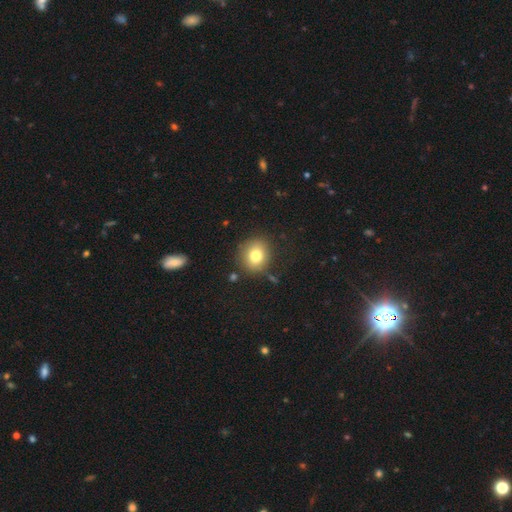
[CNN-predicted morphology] Smooth or featured?
  - smooth: 78% *
  - star or artifact: 11%
  - featured or disk: 10%
How rounded?
  - round: 80% *
  - in between: 19%
  - cigar-shaped: 1%
Merging?
  - none: 84% *
  - minor disturbance: 10%
  - major disturbance: 3%
  - merger: 3%